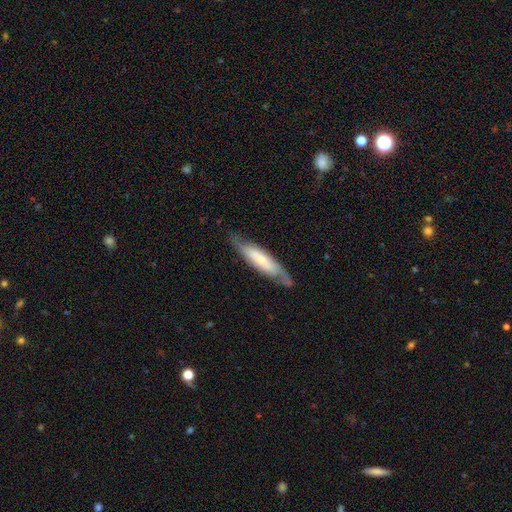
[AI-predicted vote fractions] Q: Smooth or featured?
A: featured or disk (59%); runner-up: smooth (35%)
Q: Edge-on disk?
A: no (56%); runner-up: yes (44%)
Q: Merging?
A: none (76%); runner-up: minor disturbance (17%)